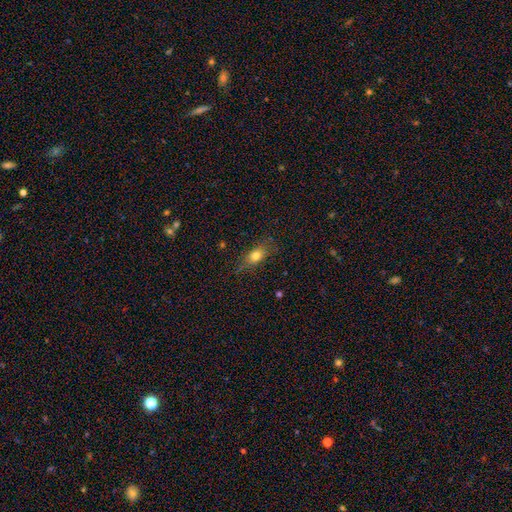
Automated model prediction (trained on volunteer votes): A smooth galaxy with no disk features (75%) that is in between round and cigar-shaped (73%). Merging: none (72%).